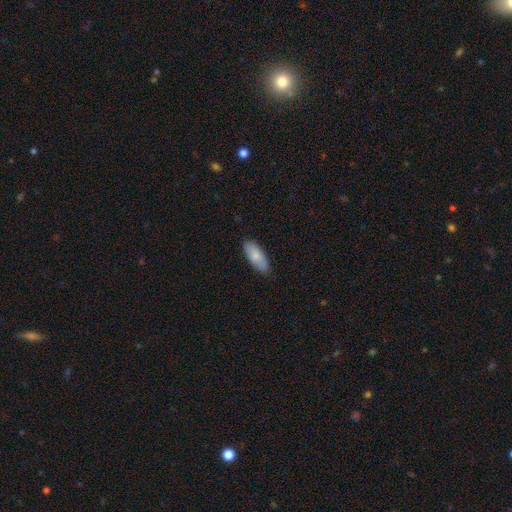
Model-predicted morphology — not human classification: This is clearly a smooth galaxy (83%). How rounded: likely in between (79%). Merging: clearly none (85%).